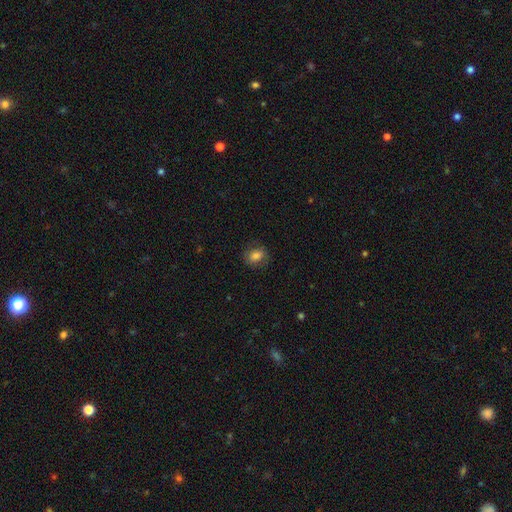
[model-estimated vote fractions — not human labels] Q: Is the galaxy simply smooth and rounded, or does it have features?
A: smooth — 76%.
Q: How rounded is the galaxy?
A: in between — 57%.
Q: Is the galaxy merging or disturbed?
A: none — 79%.